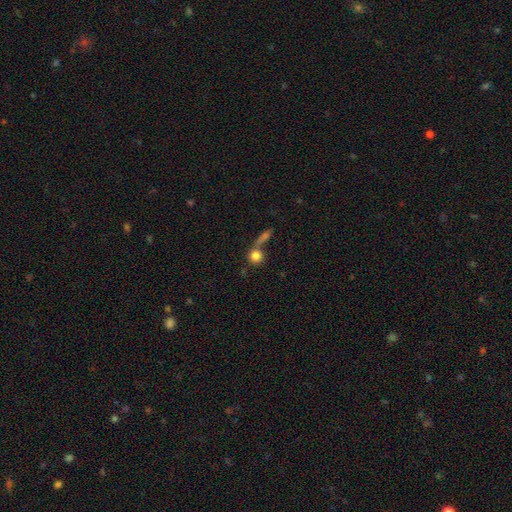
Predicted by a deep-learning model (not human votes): This is likely a smooth galaxy (80%). How rounded: clearly round (87%). Merging: possibly none (50%).